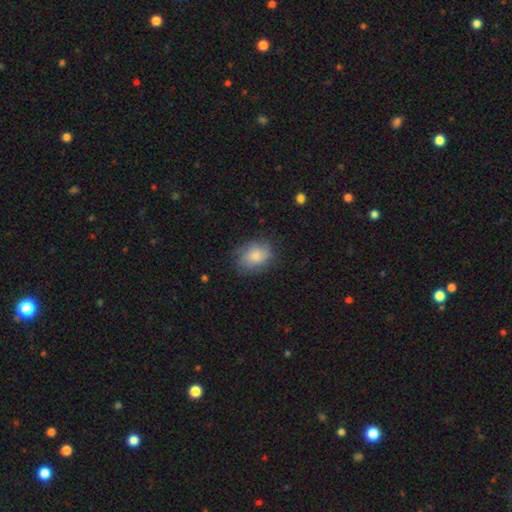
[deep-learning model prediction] A smooth galaxy with no disk features (78%) that is in between round and cigar-shaped (65%).

Vote fractions:
- Smooth or featured? smooth: 78% / featured or disk: 14% / star or artifact: 8%
- How rounded? in between: 65% / round: 34% / cigar-shaped: 1%
- Merging? none: 70% / minor disturbance: 22% / major disturbance: 7% / merger: 1%